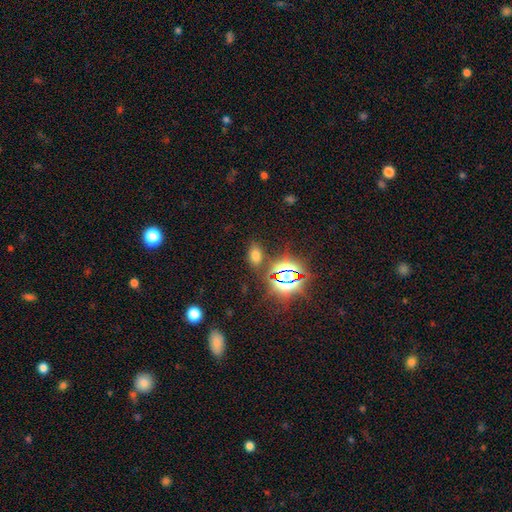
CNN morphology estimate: Overall: smooth (60%; star or artifact 33%). How rounded: in between (86%). Merging: none (81%).